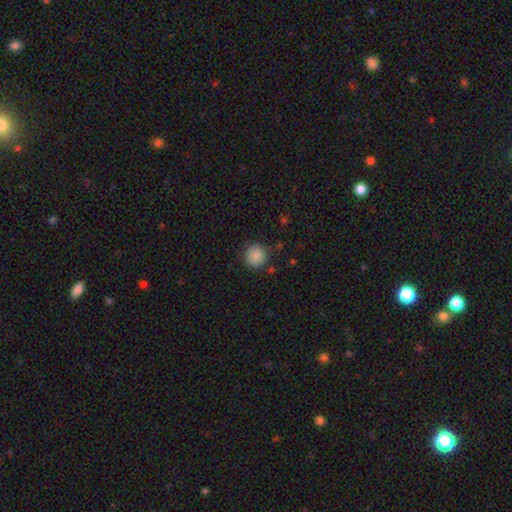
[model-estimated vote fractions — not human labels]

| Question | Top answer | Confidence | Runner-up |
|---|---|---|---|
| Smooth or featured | smooth | 87% | star or artifact (9%) |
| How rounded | round | 92% | in between (7%) |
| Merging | none | 85% | minor disturbance (10%) |